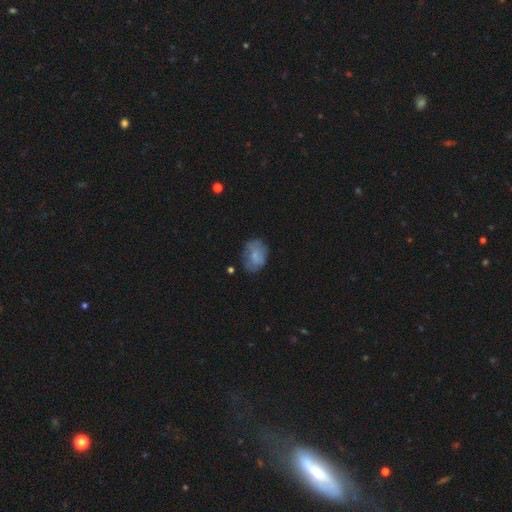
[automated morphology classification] This appears to be a smooth galaxy with no disk features (71%) that is in between round and cigar-shaped (72%). Merging: none (60%).